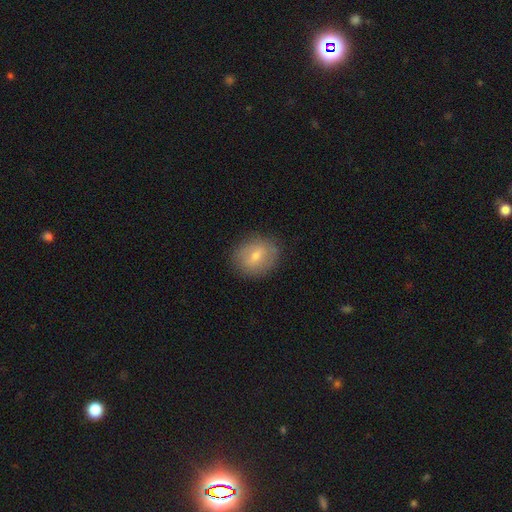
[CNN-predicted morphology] Smooth or featured: smooth — 62% (featured or disk — 29%)
How rounded: round — 56% (in between — 43%)
Merging: none — 84% (minor disturbance — 11%)